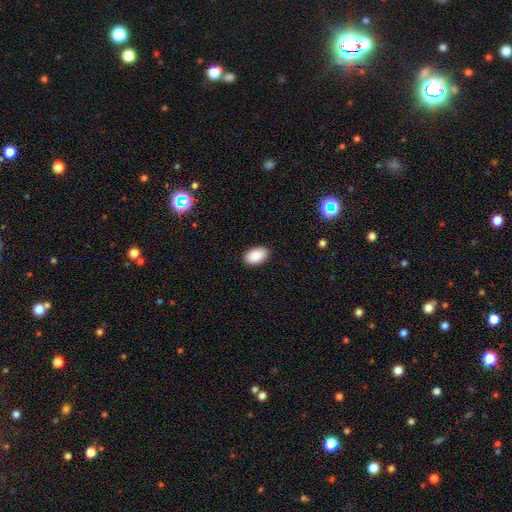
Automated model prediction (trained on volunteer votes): This is clearly a smooth galaxy (90%). How rounded: clearly in between (93%). Merging: clearly none (89%).